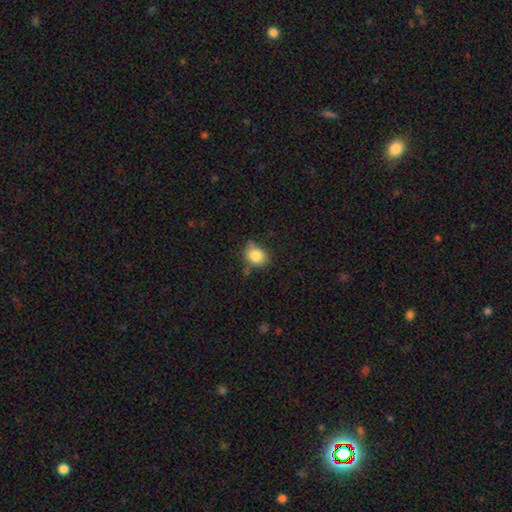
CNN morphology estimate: This is clearly a smooth galaxy (82%). How rounded: possibly round (56%). Merging: possibly none (57%).